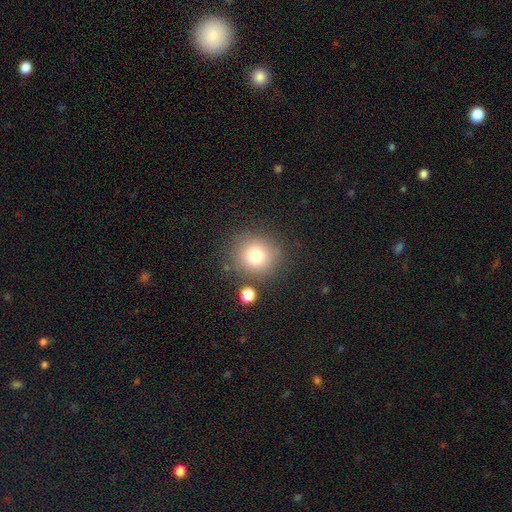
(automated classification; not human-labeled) smooth-or-featured: smooth: 76% | star or artifact: 14% | featured or disk: 10%
  how-rounded: round: 91% | in between: 8% | cigar-shaped: 1%
  merging: none: 82% | minor disturbance: 9% | merger: 5% | major disturbance: 4%